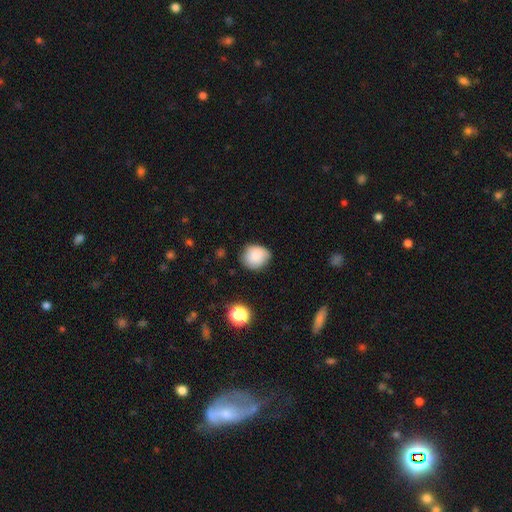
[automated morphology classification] Smooth or featured? Predicted: smooth (p=0.82). How rounded? Predicted: round (p=0.75). Merging? Predicted: none (p=0.72).